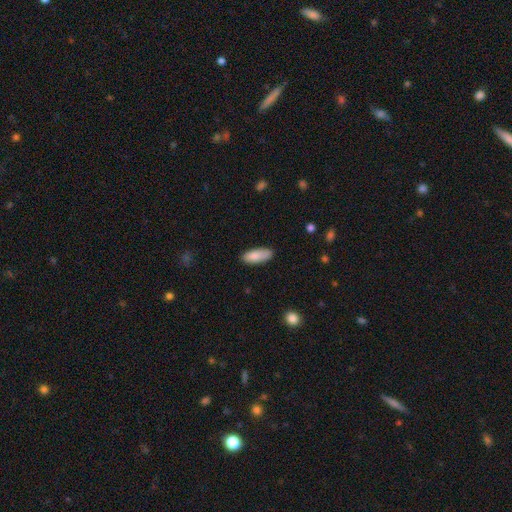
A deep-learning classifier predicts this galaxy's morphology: smooth-or-featured: smooth: 86% | featured or disk: 8% | star or artifact: 6%
  how-rounded: in between: 76% | cigar-shaped: 22% | round: 2%
  merging: none: 81% | minor disturbance: 15% | major disturbance: 3% | merger: 1%